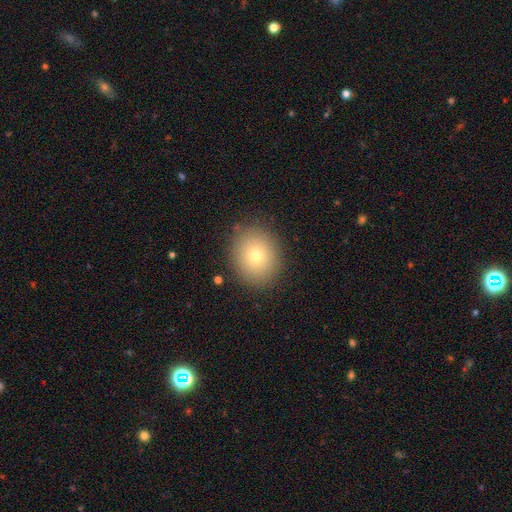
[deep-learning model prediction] The model was most divided on "how rounded": round: 73%, in between: 26%, cigar-shaped: 1%. More confident: merging — none (87%); smooth or featured — smooth (73%).